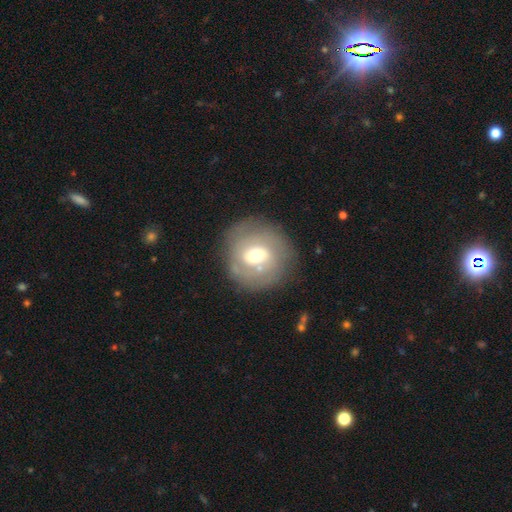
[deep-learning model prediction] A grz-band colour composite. It shows a featured or disk galaxy (46%). Merging: none (75%).